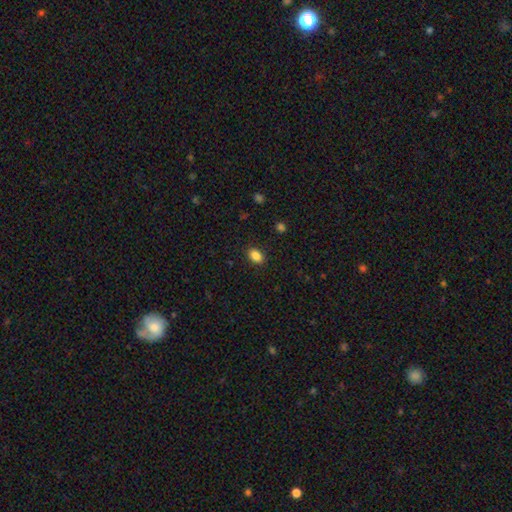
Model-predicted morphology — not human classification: This is clearly a smooth galaxy (87%). How rounded: clearly in between (83%). Merging: clearly none (88%).